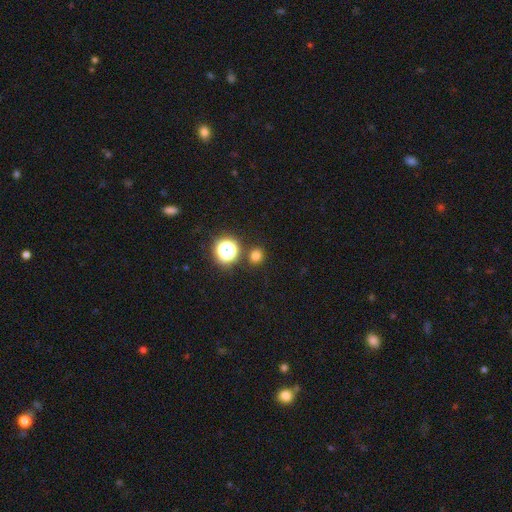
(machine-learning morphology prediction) Q: Smooth or featured?
A: smooth (73%); runner-up: star or artifact (22%)
Q: How rounded?
A: round (85%); runner-up: in between (14%)
Q: Merging?
A: none (85%); runner-up: minor disturbance (7%)